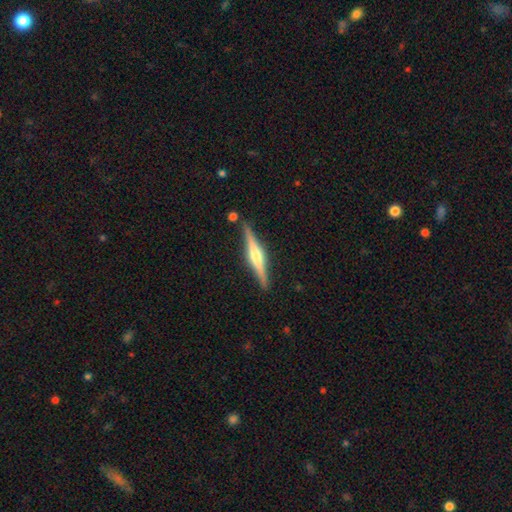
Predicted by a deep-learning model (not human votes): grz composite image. It shows a featured or disk galaxy (74%) viewed edge-on (98%) with a rounded central bulge (78%). Merging: none (87%).